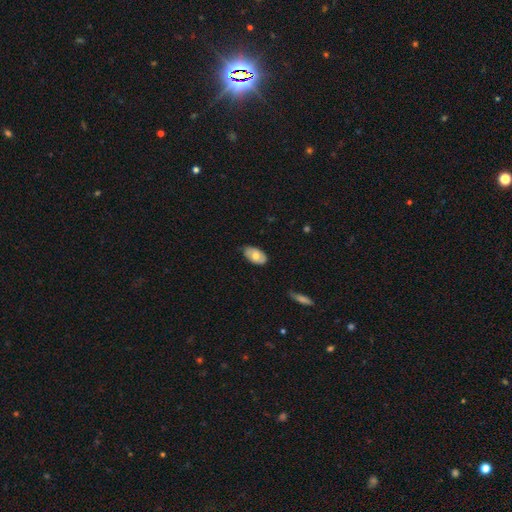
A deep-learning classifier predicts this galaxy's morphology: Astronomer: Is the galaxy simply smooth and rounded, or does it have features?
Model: smooth — 62%.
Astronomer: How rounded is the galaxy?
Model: in between — 93%.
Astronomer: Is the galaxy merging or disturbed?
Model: none — 77%.